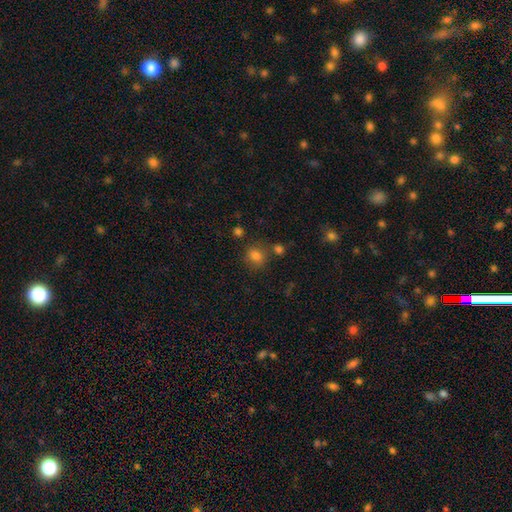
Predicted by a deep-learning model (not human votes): Q: Smooth or featured?
A: smooth (80%); runner-up: star or artifact (14%)
Q: How rounded?
A: round (75%); runner-up: in between (24%)
Q: Merging?
A: none (73%); runner-up: minor disturbance (12%)